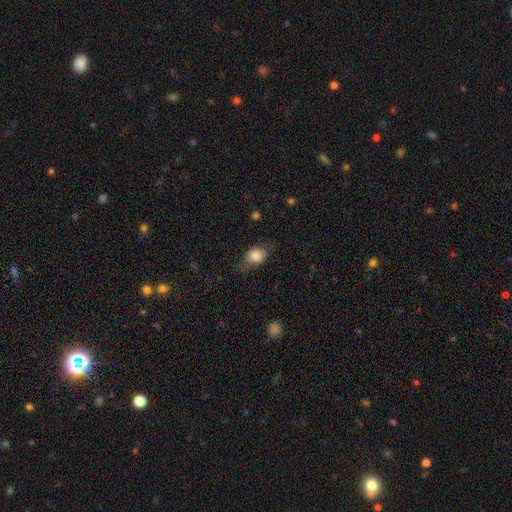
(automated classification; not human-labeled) Smooth or featured?
  - smooth: 76% *
  - featured or disk: 16%
  - star or artifact: 8%
How rounded?
  - in between: 71% *
  - round: 26%
  - cigar-shaped: 3%
Merging?
  - none: 62% *
  - minor disturbance: 25%
  - major disturbance: 11%
  - merger: 1%